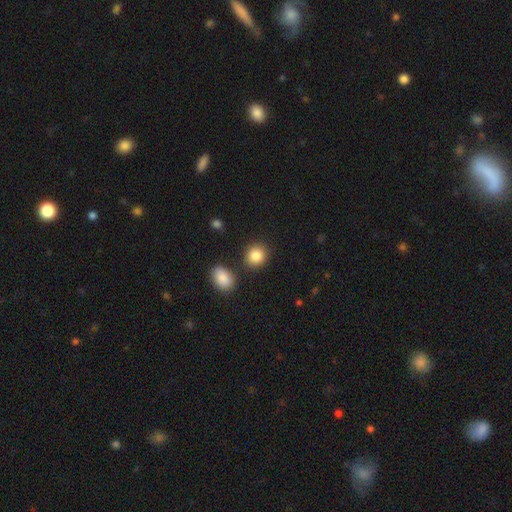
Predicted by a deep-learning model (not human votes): A smooth galaxy with no disk features (87%) that is round (76%).

Vote fractions:
- Smooth or featured? smooth: 87% / star or artifact: 8% / featured or disk: 5%
- How rounded? round: 76% / in between: 23% / cigar-shaped: 1%
- Merging? none: 82% / minor disturbance: 9% / merger: 6% / major disturbance: 3%